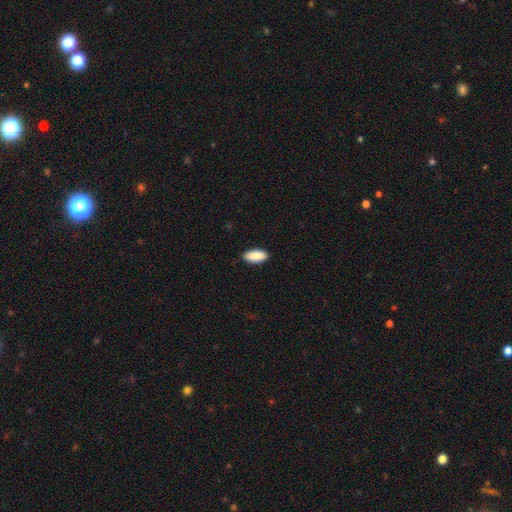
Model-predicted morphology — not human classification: Overall: smooth (90%). How rounded: in between (88%). Merging: none (89%).